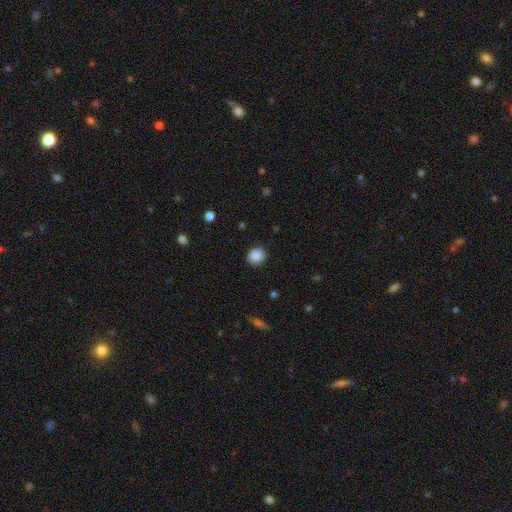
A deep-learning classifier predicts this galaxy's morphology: A smooth galaxy with no disk features (87%) that is round (76%).

Vote fractions:
- Smooth or featured? smooth: 87% / star or artifact: 9% / featured or disk: 5%
- How rounded? round: 76% / in between: 23% / cigar-shaped: 1%
- Merging? none: 84% / minor disturbance: 12% / major disturbance: 3% / merger: 1%